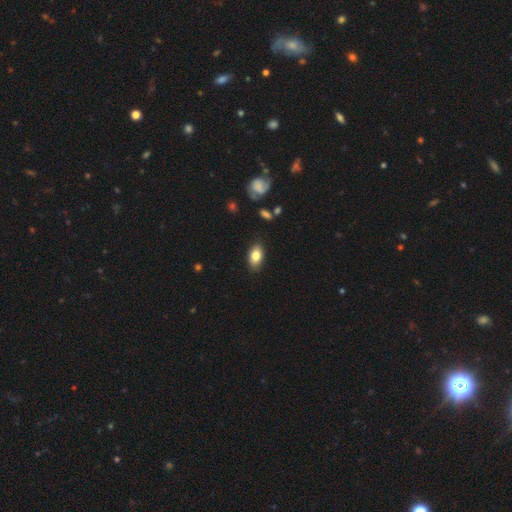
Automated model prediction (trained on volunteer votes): Smooth or featured?
  - smooth: 81% *
  - featured or disk: 11%
  - star or artifact: 8%
How rounded?
  - in between: 90% *
  - round: 8%
  - cigar-shaped: 2%
Merging?
  - none: 86% *
  - minor disturbance: 11%
  - major disturbance: 2%
  - merger: 1%